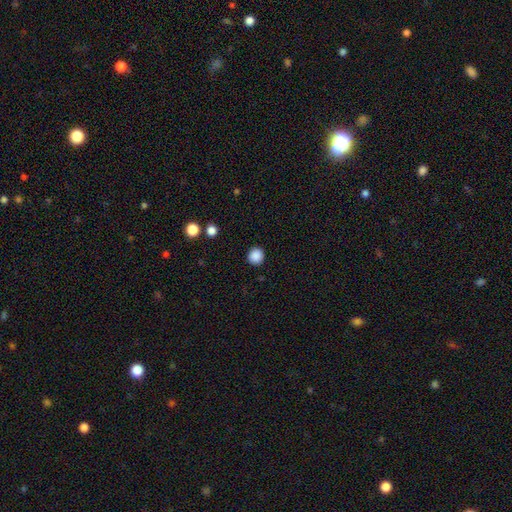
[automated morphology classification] Q: Smooth or featured?
A: smooth (87%); runner-up: star or artifact (10%)
Q: How rounded?
A: round (93%); runner-up: in between (6%)
Q: Merging?
A: none (92%); runner-up: minor disturbance (5%)